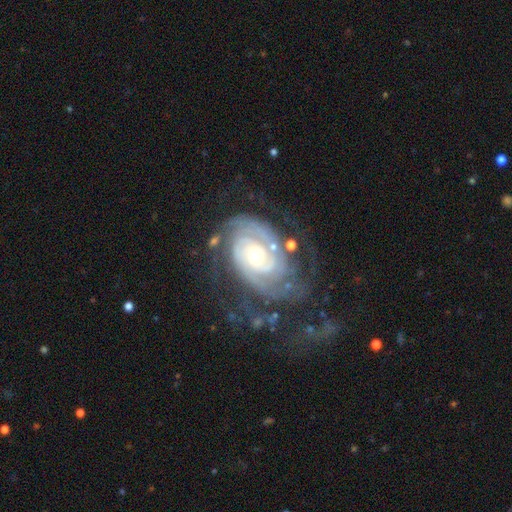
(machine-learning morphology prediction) This is clearly a featured or disk galaxy (90%). It is clearly not viewed edge-on (97%). Bar: likely no (63%). Spiral arm pattern: clearly yes (97%). Spiral arm count: marginally 2 (36%). Spiral winding: likely tight (74%). Central bulge: likely moderate (61%). Merging: possibly none (60%).